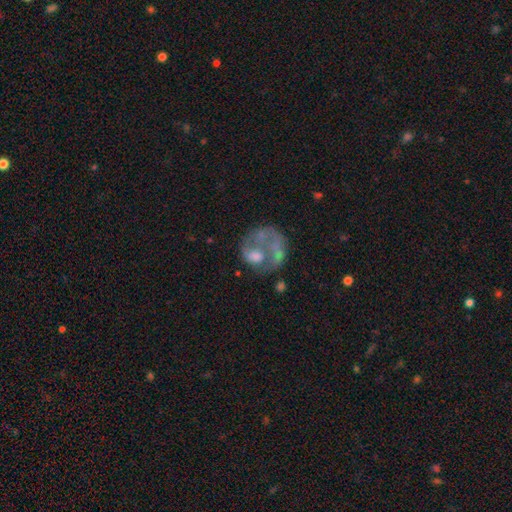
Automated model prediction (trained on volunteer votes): Morphology: type=featured or disk (58%); edge-on=no (98%); bar=no (87%); spiral arms=no (72%); bulge=none (42%); merging=major disturbance (37%).